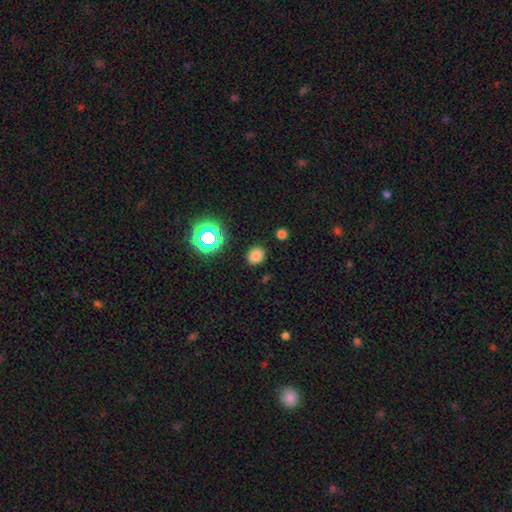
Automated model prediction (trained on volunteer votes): smooth 76%, star or artifact 18%, featured or disk 6%. Down the decision tree: how rounded — round (62%); merging — none (88%).